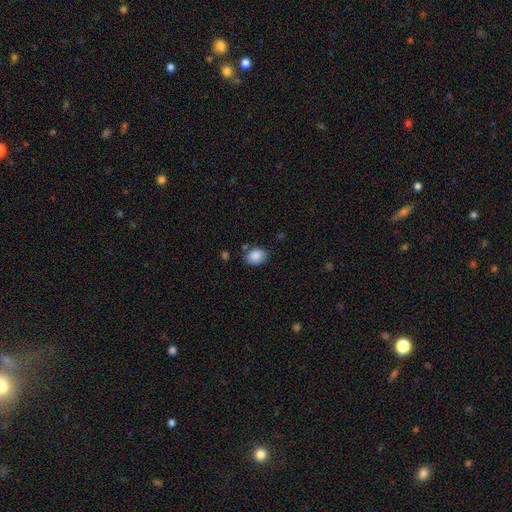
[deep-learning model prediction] A smooth galaxy with no disk features (88%) that is in between round and cigar-shaped (67%).

Vote fractions:
- Smooth or featured? smooth: 88% / star or artifact: 8% / featured or disk: 4%
- How rounded? in between: 67% / round: 32% / cigar-shaped: 1%
- Merging? none: 77% / minor disturbance: 15% / merger: 5% / major disturbance: 4%